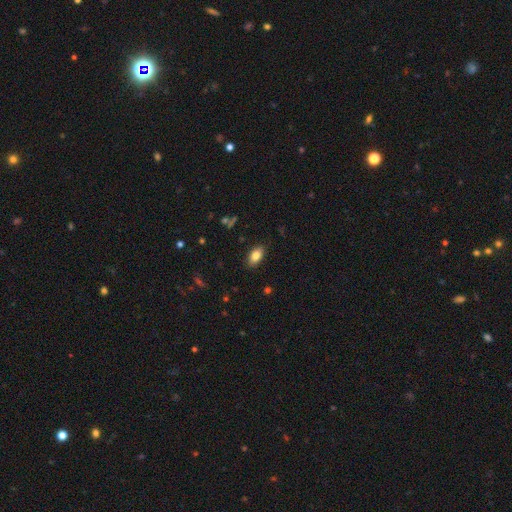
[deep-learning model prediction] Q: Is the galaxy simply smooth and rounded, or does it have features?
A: smooth — 82%.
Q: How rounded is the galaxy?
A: in between — 91%.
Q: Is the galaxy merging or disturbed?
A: none — 87%.